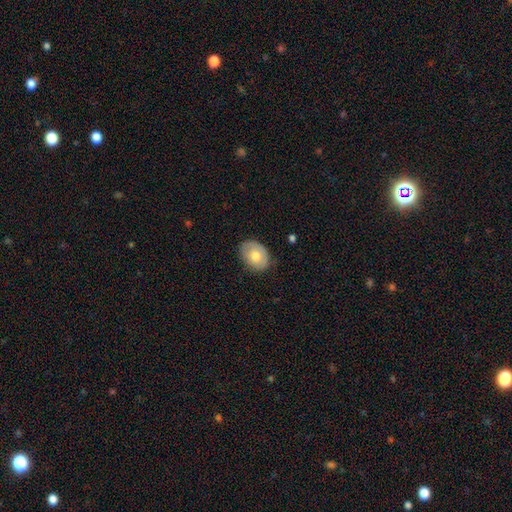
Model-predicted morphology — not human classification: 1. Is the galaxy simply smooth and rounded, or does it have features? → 68% smooth, 26% featured or disk, 7% star or artifact.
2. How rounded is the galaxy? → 71% in between, 28% round, 1% cigar-shaped.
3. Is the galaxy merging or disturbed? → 78% none, 17% minor disturbance, 4% major disturbance, 1% merger.